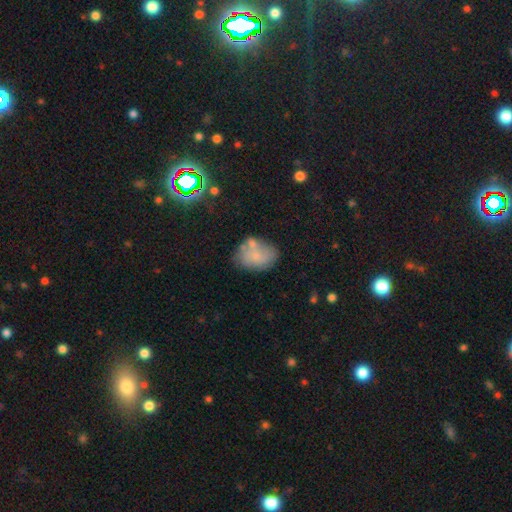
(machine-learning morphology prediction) This is likely a smooth galaxy (63%). How rounded: likely in between (77%). Merging: possibly none (49%).